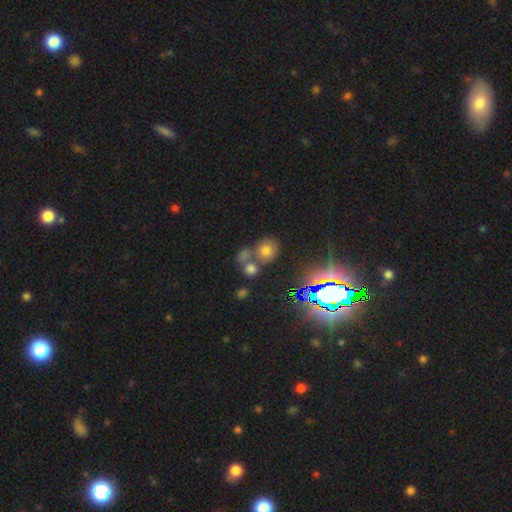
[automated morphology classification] Smooth or featured?
  - star or artifact: 55% *
  - smooth: 31%
  - featured or disk: 14%